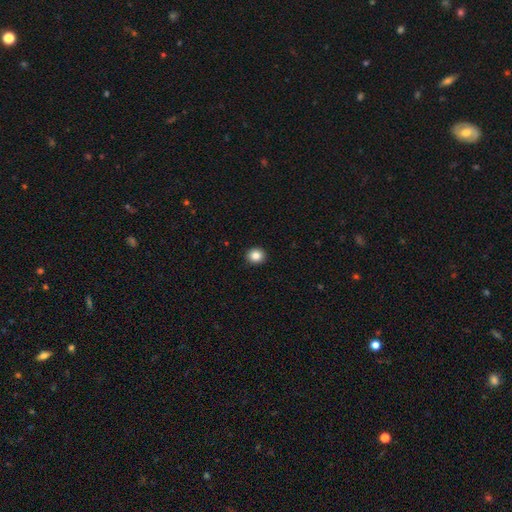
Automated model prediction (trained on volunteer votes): smooth_or_featured: smooth (p=0.85) [alt: star or artifact p=0.10]
how_rounded: round (p=0.80) [alt: in between p=0.19]
merging: none (p=0.93) [alt: minor disturbance p=0.05]